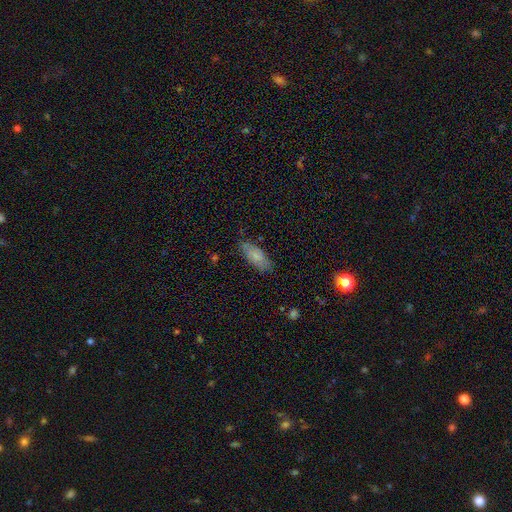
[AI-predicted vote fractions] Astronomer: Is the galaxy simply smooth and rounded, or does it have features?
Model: smooth — 76%.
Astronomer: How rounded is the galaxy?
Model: in between — 77%.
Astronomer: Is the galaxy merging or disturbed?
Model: none — 77%.